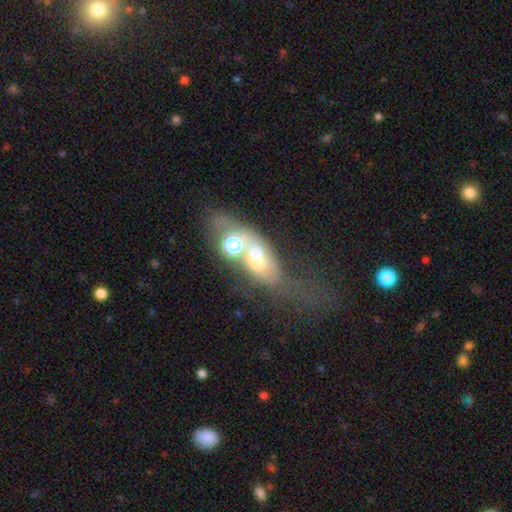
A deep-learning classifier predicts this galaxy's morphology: featured or disk 43%, smooth 40%, star or artifact 16%. Down the decision tree: merging — merger (55%).